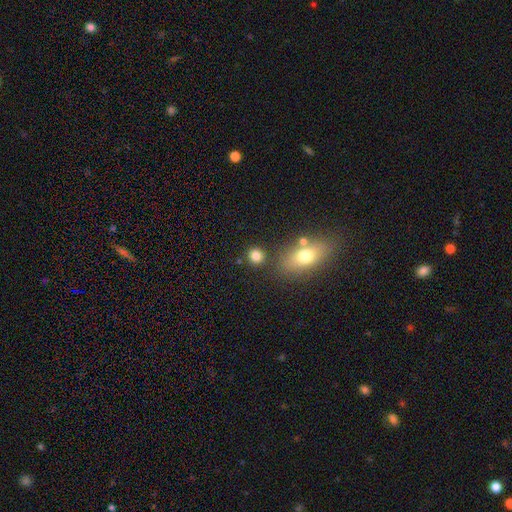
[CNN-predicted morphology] Smooth or featured?
  - smooth: 82% *
  - star or artifact: 11%
  - featured or disk: 7%
How rounded?
  - round: 83% *
  - in between: 15%
  - cigar-shaped: 2%
Merging?
  - none: 78% *
  - merger: 10%
  - minor disturbance: 9%
  - major disturbance: 4%